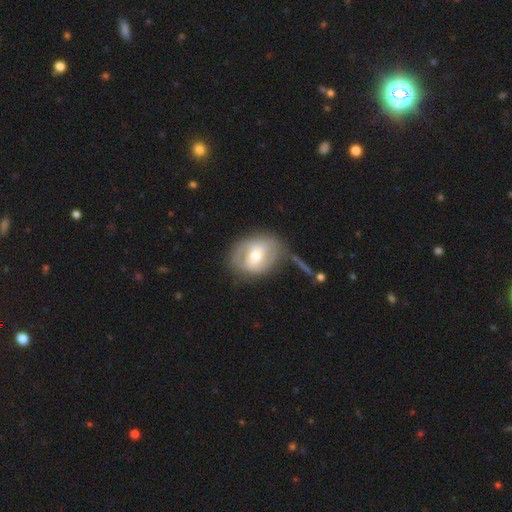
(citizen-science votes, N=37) Q: Smooth or featured?
A: featured or disk (59%); runner-up: smooth (35%)
Q: Edge-on disk?
A: no (86%); runner-up: yes (14%)
Q: Bar?
A: strong (42%); runner-up: no (37%)
Q: Spiral arms?
A: yes (53%); runner-up: no (47%)
Q: Spiral winding?
A: tight (40%); tied with: medium (40%)
Q: Spiral arm count?
A: 2 (90%); runner-up: can't tell (10%)
Q: Bulge size?
A: moderate (74%); runner-up: small (16%)
Q: Merging?
A: none (54%); runner-up: minor disturbance (31%)